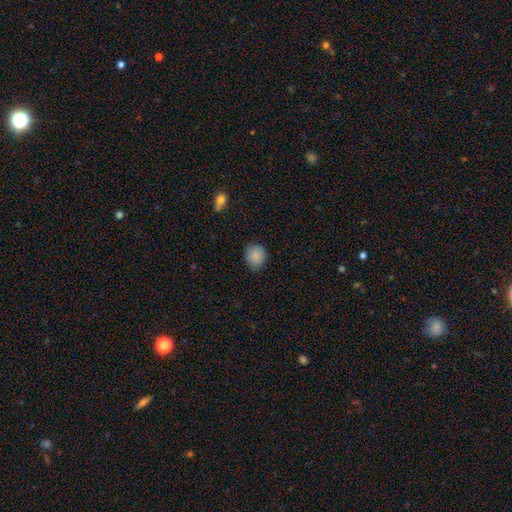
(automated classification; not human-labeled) This is clearly a smooth galaxy (87%). How rounded: likely round (76%). Merging: likely none (79%).